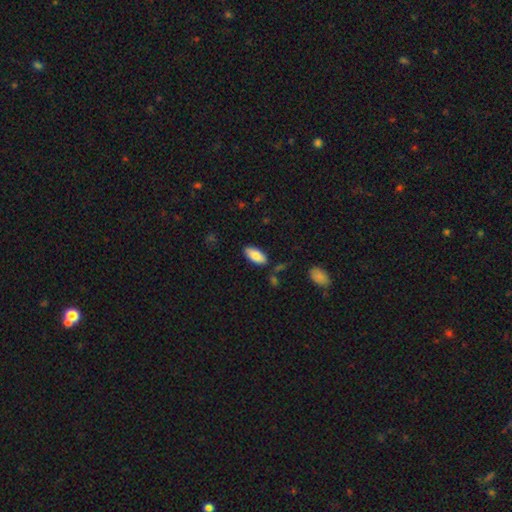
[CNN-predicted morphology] A smooth galaxy with no disk features (84%) that is in between round and cigar-shaped (91%).

Vote fractions:
- Smooth or featured? smooth: 84% / featured or disk: 10% / star or artifact: 6%
- How rounded? in between: 91% / cigar-shaped: 8% / round: 2%
- Merging? none: 83% / minor disturbance: 11% / merger: 3% / major disturbance: 2%